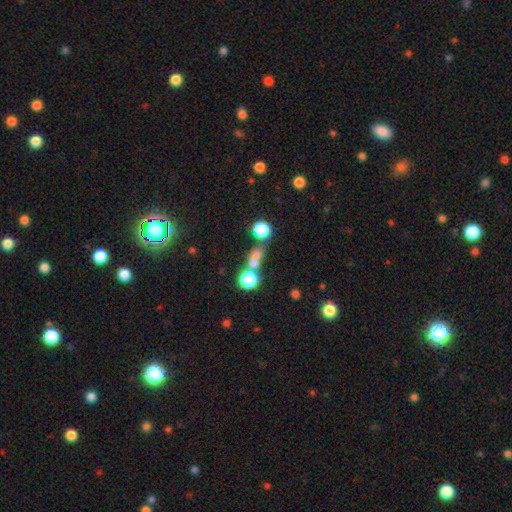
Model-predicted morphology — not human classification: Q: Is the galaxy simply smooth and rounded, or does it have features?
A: smooth — 62%.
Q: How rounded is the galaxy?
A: round — 61%.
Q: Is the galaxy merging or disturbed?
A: none — 42%.